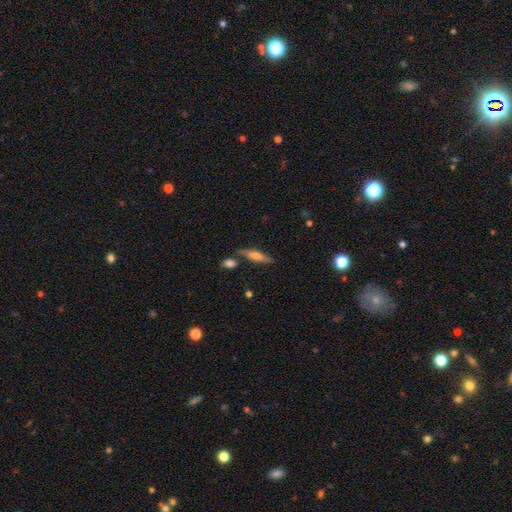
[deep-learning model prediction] The model was most divided on "smooth or featured": smooth: 50%, featured or disk: 43%, star or artifact: 7%. More confident: how rounded — cigar-shaped (67%); merging — none (67%).